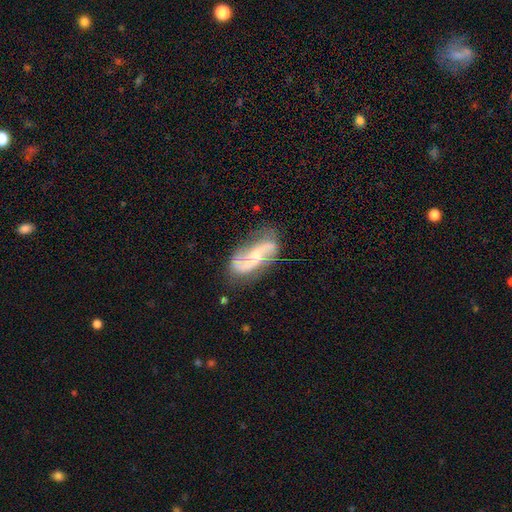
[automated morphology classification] A featured or disk galaxy (86%) with no bar (48%), 2 (93%) loose (68%) spiral arms (96%) and a small central bulge (53%). Merging: none (78%).